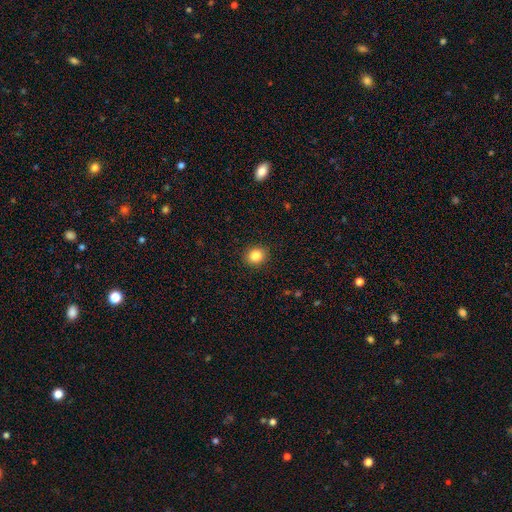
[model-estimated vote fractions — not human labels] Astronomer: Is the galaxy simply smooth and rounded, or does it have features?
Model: smooth — 84%.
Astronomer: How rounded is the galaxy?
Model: round — 79%.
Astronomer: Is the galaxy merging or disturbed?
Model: none — 91%.